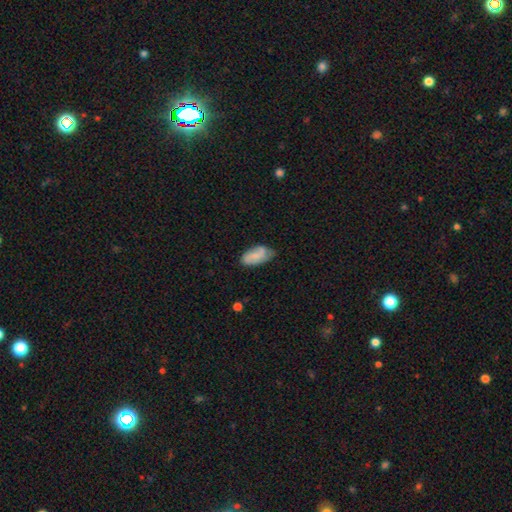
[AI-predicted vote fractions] Smooth or featured: smooth — 60% (featured or disk — 33%)
How rounded: in between — 93% (cigar-shaped — 4%)
Merging: none — 59% (minor disturbance — 32%)